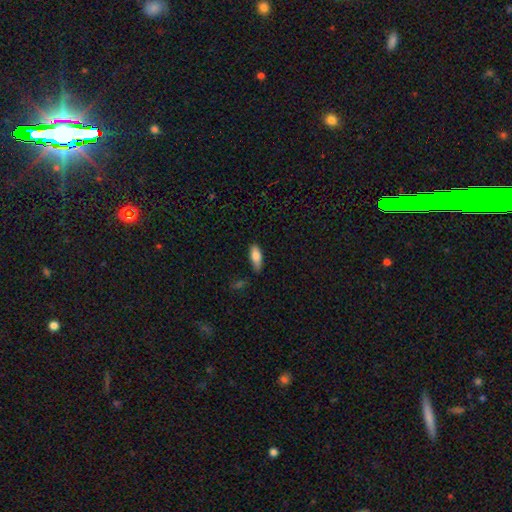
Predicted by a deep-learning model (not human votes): smooth-or-featured: smooth: 81% | featured or disk: 12% | star or artifact: 7%
  how-rounded: in between: 76% | cigar-shaped: 22% | round: 2%
  merging: none: 68% | minor disturbance: 24% | major disturbance: 4% | merger: 3%